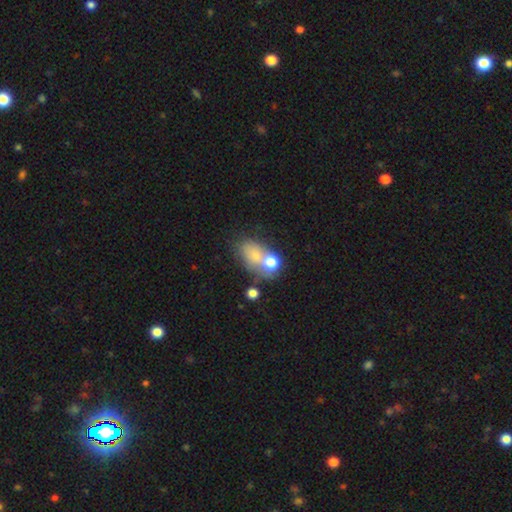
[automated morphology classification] Smooth or featured? smooth (66%)
How rounded? in between (69%)
Merging? merger (39%)